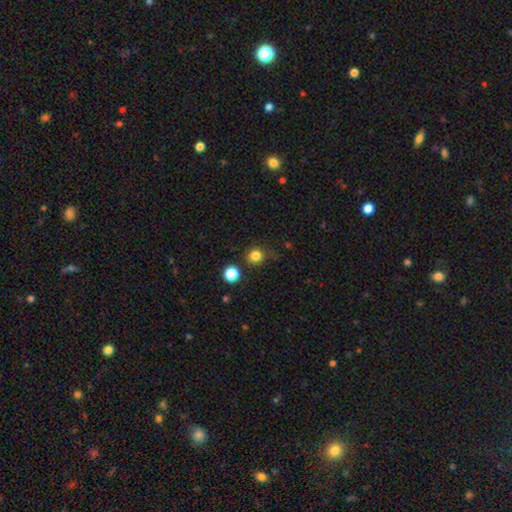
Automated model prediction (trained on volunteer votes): Smooth or featured: smooth — 82% (star or artifact — 14%)
How rounded: round — 91% (in between — 8%)
Merging: none — 81% (minor disturbance — 12%)